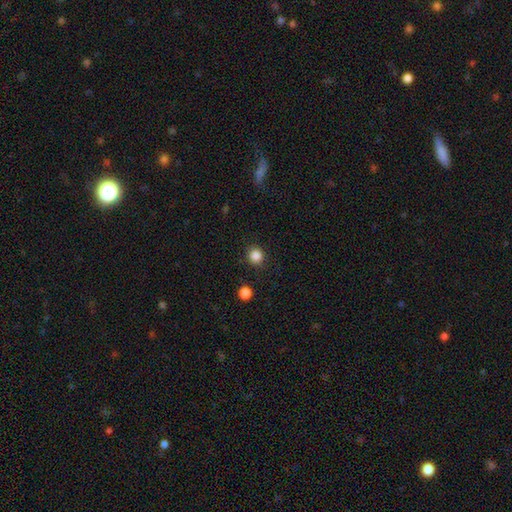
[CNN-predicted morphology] Q: Smooth or featured?
A: smooth (85%); runner-up: star or artifact (11%)
Q: How rounded?
A: round (90%); runner-up: in between (9%)
Q: Merging?
A: none (89%); runner-up: minor disturbance (6%)